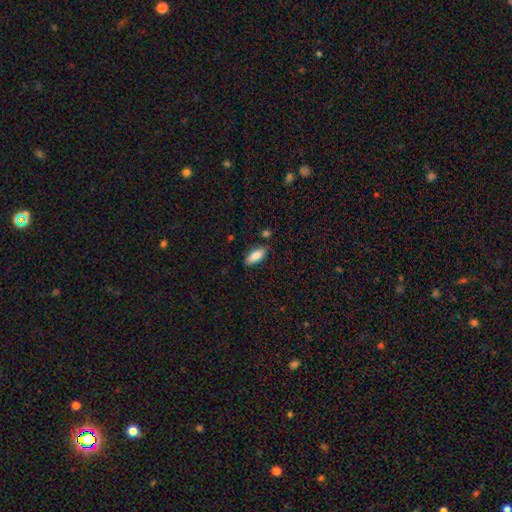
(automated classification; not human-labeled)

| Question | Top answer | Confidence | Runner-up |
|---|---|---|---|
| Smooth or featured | smooth | 86% | featured or disk (8%) |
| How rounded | in between | 79% | cigar-shaped (20%) |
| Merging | none | 81% | minor disturbance (13%) |